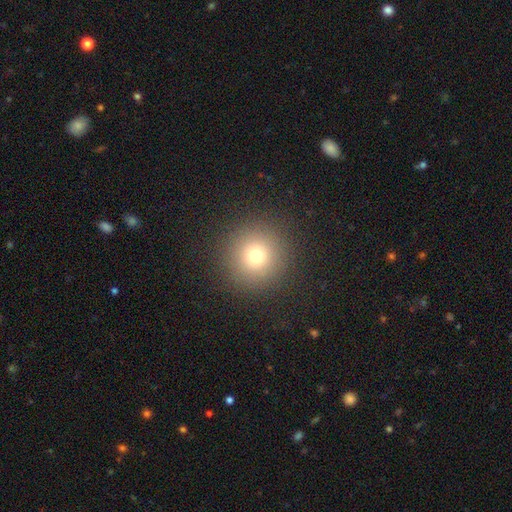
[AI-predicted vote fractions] The model was most divided on "smooth or featured": smooth: 73%, star or artifact: 17%, featured or disk: 10%. More confident: how rounded — round (96%); merging — none (91%).